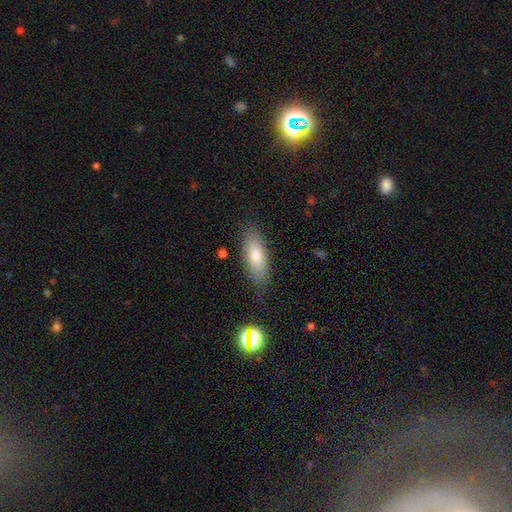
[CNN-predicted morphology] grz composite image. It shows a smooth galaxy with no disk features (75%) that is in between round and cigar-shaped (70%). Merging: none (84%).